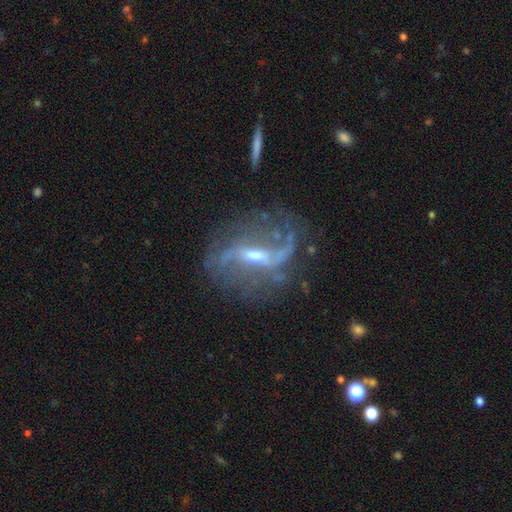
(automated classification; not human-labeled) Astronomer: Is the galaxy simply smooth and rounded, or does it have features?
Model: featured or disk — 85%.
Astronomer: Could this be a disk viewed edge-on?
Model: no — 89%.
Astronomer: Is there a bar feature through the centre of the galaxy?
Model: strong — 51% (runner-up: weak, 37%).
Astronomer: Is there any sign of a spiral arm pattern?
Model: yes — 91%.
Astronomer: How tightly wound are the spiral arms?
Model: loose — 63%.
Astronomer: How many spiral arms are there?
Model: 2 — 75%.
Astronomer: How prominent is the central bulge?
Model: small — 50% (runner-up: moderate, 43%).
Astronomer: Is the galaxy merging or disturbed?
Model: none — 65%.